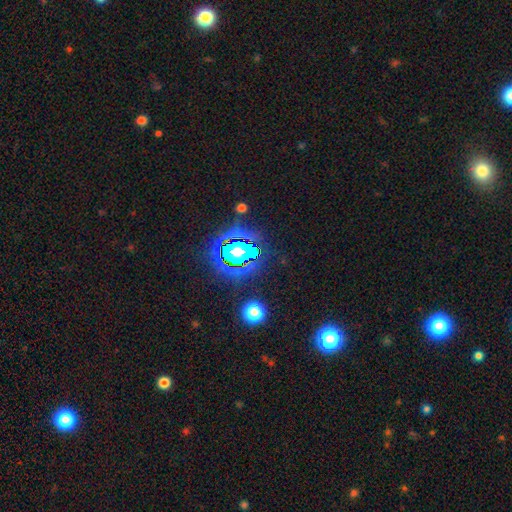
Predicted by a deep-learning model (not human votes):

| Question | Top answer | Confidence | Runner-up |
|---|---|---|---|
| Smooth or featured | star or artifact | 75% | smooth (15%) |